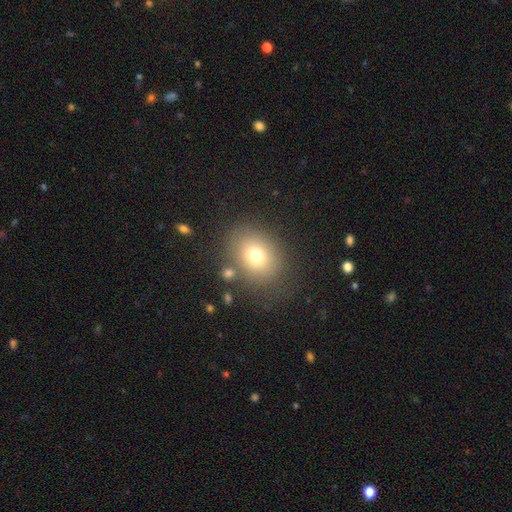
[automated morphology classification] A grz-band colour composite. It shows a smooth galaxy with no disk features (74%) that is in between round and cigar-shaped (52%). Merging: none (74%).